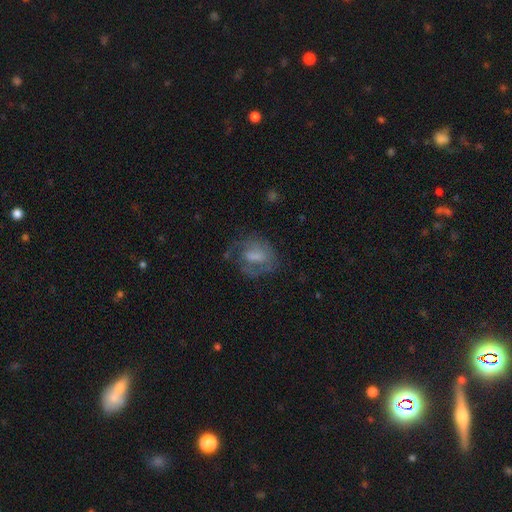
Morphology: type=smooth (57%); roundness=in between (61%); merging=none (35%, tied with major disturbance).